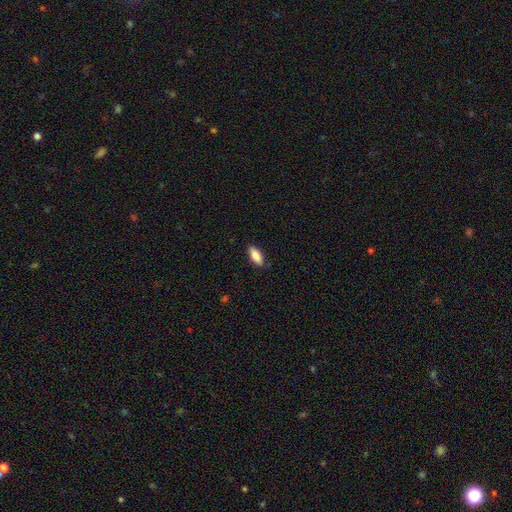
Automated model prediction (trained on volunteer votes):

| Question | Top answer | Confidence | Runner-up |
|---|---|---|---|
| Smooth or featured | smooth | 85% | featured or disk (8%) |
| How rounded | in between | 83% | cigar-shaped (15%) |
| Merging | none | 86% | minor disturbance (10%) |